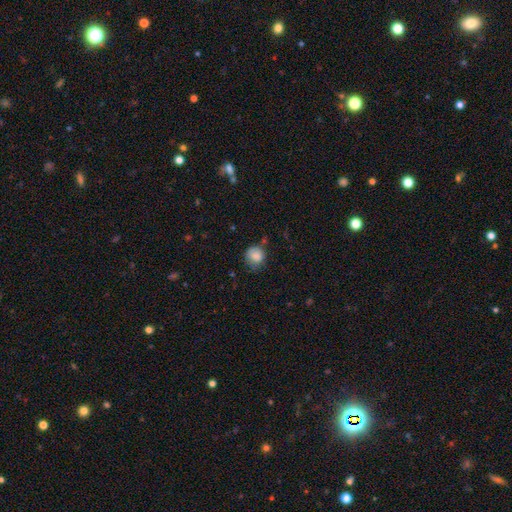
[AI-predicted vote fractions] Overall: smooth (82%). How rounded: round (79%). Merging: none (59%; minor disturbance 29%).